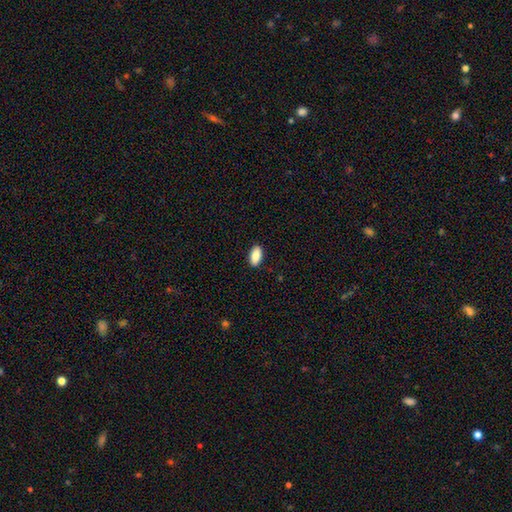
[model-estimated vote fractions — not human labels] A smooth galaxy with no disk features (88%) that is in between round and cigar-shaped (90%). Merging: none (90%).